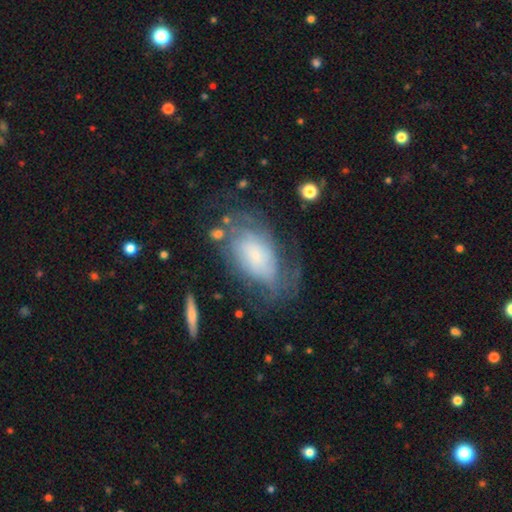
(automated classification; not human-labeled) A featured or disk galaxy (64%) with no bar (72%), spiral arms (81%) and a small central bulge (40%). Merging: none (53%).